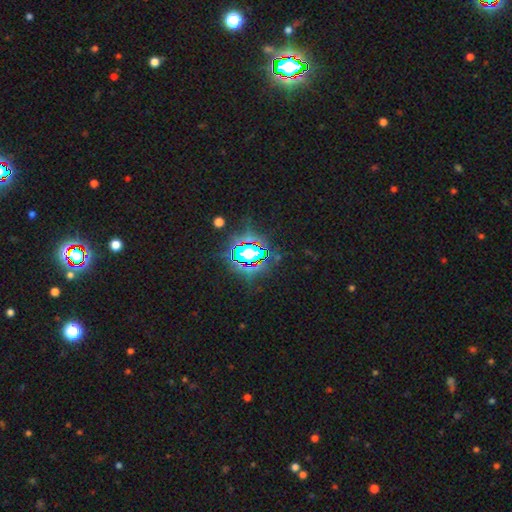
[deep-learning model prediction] star or artifact 82%, smooth 11%, featured or disk 7%.